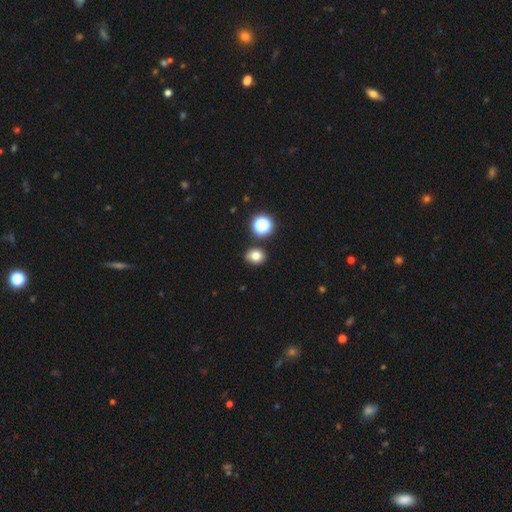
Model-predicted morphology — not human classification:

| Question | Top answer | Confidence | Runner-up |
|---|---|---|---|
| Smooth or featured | smooth | 77% | star or artifact (15%) |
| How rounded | round | 61% | in between (38%) |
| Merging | none | 83% | minor disturbance (10%) |